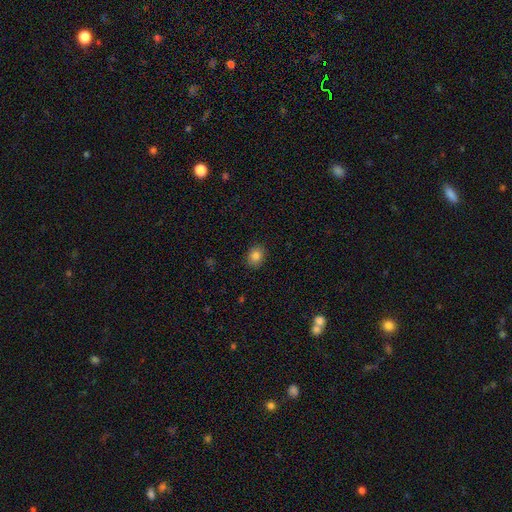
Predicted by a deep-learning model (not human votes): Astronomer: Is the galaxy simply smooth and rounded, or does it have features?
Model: smooth — 83%.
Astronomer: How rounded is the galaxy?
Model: round — 50% (runner-up: in between, 49%).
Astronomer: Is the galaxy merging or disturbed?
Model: none — 88%.